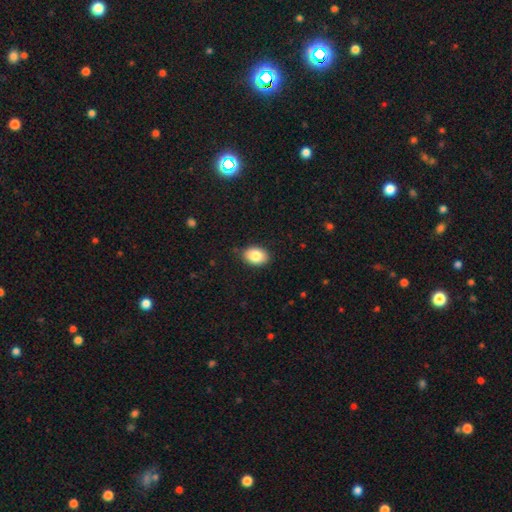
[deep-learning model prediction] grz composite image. It shows a smooth galaxy with no disk features (85%) that is in between round and cigar-shaped (80%). Merging: none (86%).